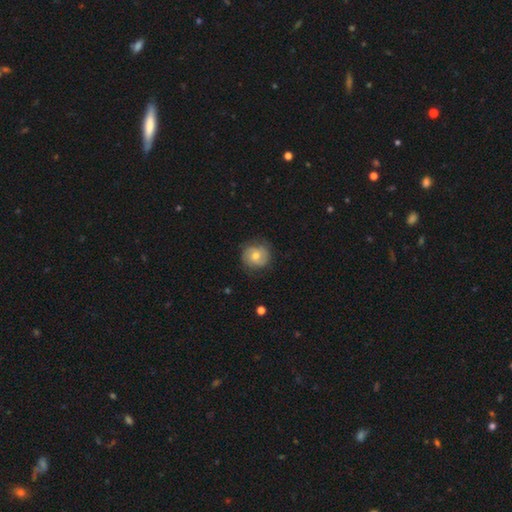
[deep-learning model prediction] Smooth or featured?
  - smooth: 47% *
  - featured or disk: 45%
  - star or artifact: 8%
Merging?
  - none: 75% *
  - minor disturbance: 18%
  - major disturbance: 6%
  - merger: 1%